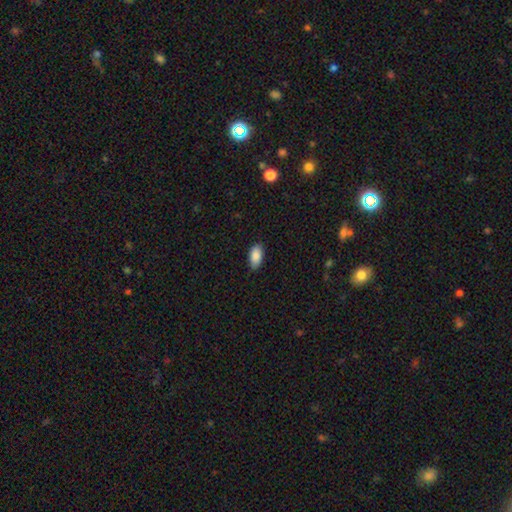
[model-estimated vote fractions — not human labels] This is clearly a smooth galaxy (89%). How rounded: clearly in between (94%). Merging: clearly none (85%).